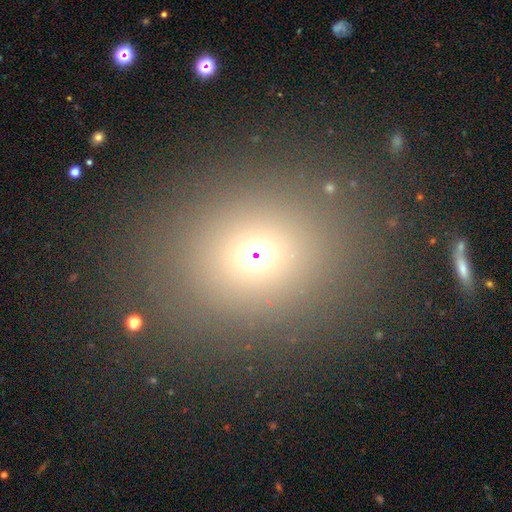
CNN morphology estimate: The model was most divided on "smooth or featured": smooth: 65%, star or artifact: 27%, featured or disk: 9%. More confident: merging — none (80%); how rounded — round (74%).